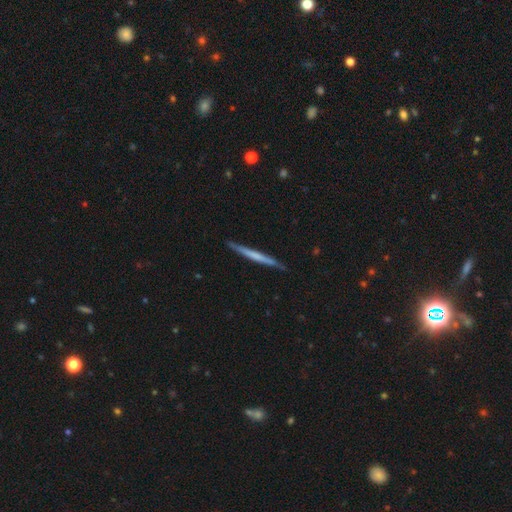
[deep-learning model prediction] Morphology: type=featured or disk (53%); edge-on=yes (97%); edge-on bulge=none (79%); merging=none (89%).